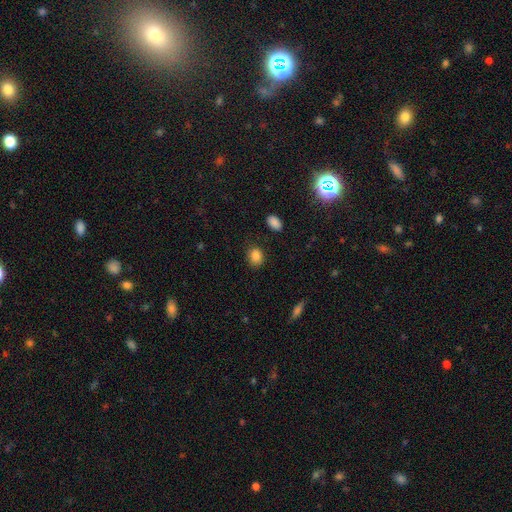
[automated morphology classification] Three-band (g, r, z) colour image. It shows a smooth galaxy with no disk features (86%) that is in between round and cigar-shaped (57%). Merging: none (83%).